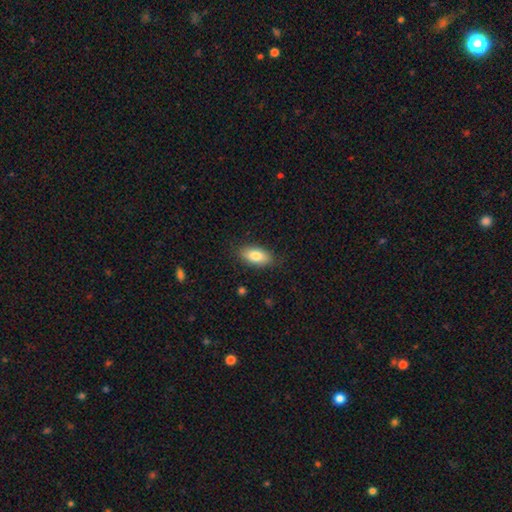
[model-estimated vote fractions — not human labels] smooth_or_featured: smooth (p=0.83) [alt: featured or disk p=0.11]
how_rounded: in between (p=0.90) [alt: cigar-shaped p=0.06]
merging: none (p=0.84) [alt: minor disturbance p=0.12]